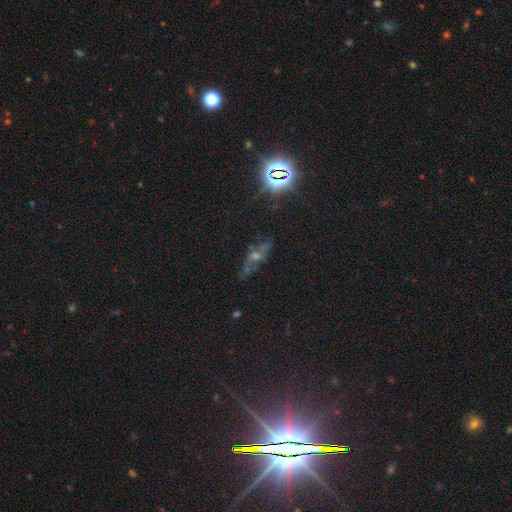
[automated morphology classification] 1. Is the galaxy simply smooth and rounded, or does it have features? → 40% star or artifact, 39% featured or disk, 21% smooth.